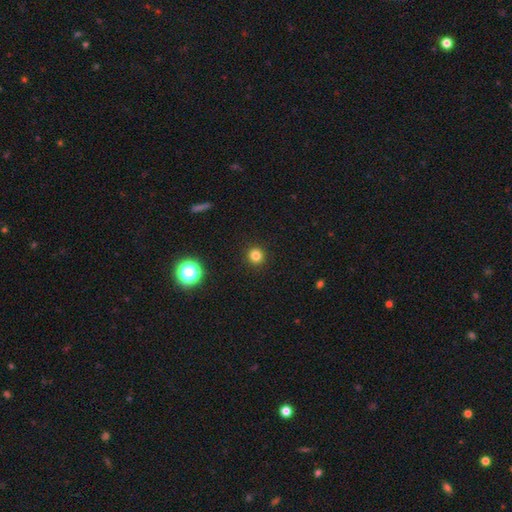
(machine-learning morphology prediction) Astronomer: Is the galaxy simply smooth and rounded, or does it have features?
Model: smooth — 80%.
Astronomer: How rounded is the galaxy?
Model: round — 94%.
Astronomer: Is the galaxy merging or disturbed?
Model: none — 93%.